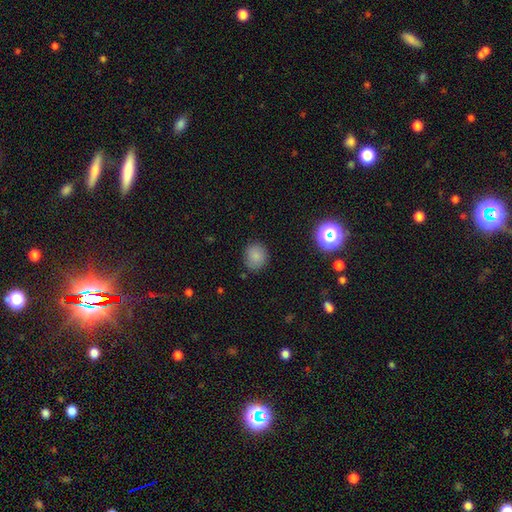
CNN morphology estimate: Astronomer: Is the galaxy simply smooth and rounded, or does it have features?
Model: smooth — 83%.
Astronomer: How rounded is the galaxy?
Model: round — 82%.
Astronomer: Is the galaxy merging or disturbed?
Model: none — 83%.